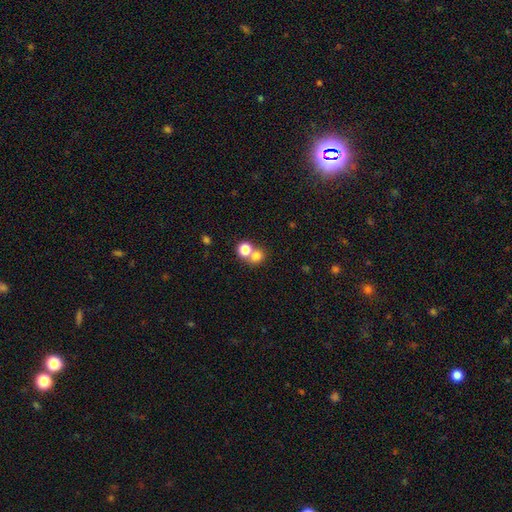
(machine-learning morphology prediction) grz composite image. It shows a smooth galaxy with no disk features (76%) that is round (77%). Merging: merger (48%).